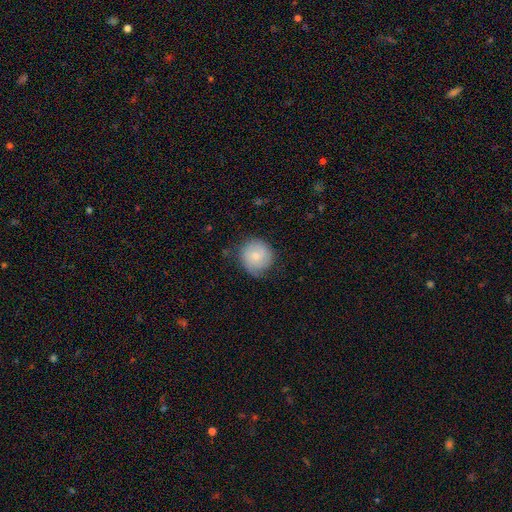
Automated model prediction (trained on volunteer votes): A smooth galaxy with no disk features (72%) that is round (91%). Merging: none (67%).